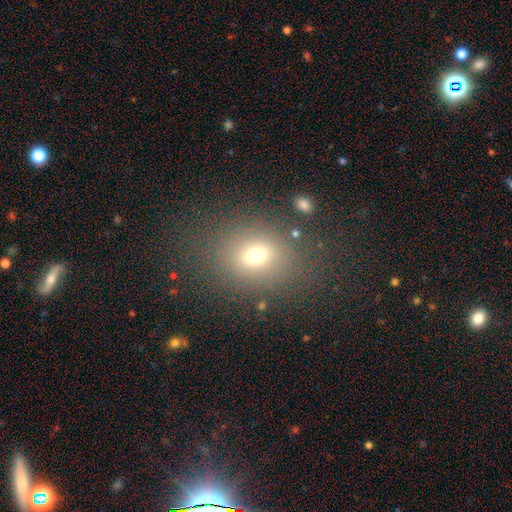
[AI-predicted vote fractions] Smooth or featured?
  - smooth: 70% *
  - star or artifact: 17%
  - featured or disk: 13%
How rounded?
  - in between: 56% *
  - round: 42%
  - cigar-shaped: 1%
Merging?
  - none: 79% *
  - minor disturbance: 11%
  - major disturbance: 6%
  - merger: 3%